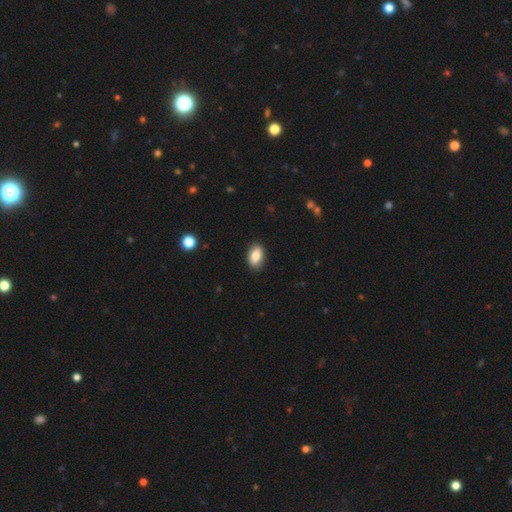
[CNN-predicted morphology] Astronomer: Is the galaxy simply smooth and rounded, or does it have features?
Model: smooth — 81%.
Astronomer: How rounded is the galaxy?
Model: in between — 90%.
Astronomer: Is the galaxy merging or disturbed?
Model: none — 87%.